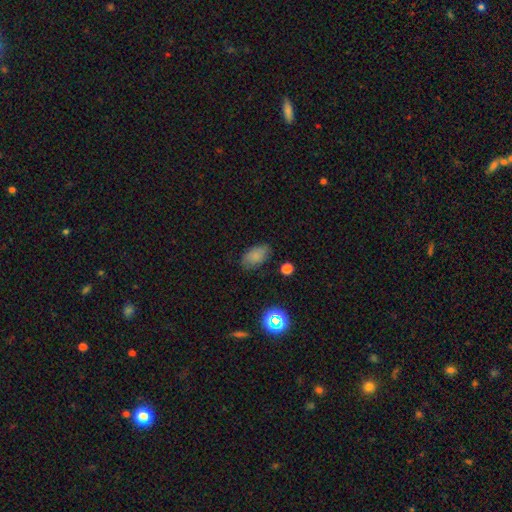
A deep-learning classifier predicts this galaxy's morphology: The model was most divided on "merging": none: 77%, minor disturbance: 17%, major disturbance: 4%, merger: 2%. More confident: how rounded — in between (91%); smooth or featured — smooth (80%).